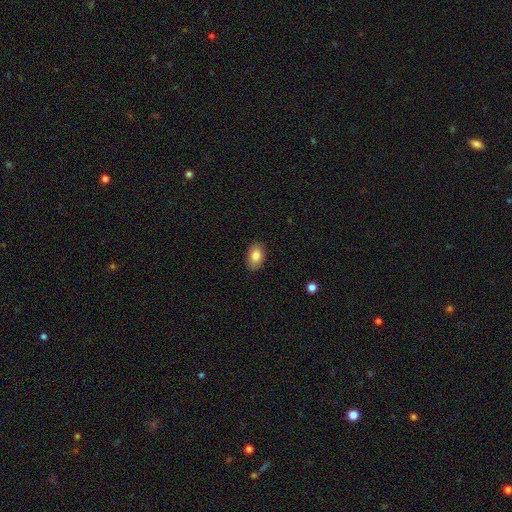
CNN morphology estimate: Q: Smooth or featured?
A: smooth (83%); runner-up: featured or disk (9%)
Q: How rounded?
A: in between (89%); runner-up: round (9%)
Q: Merging?
A: none (88%); runner-up: minor disturbance (9%)